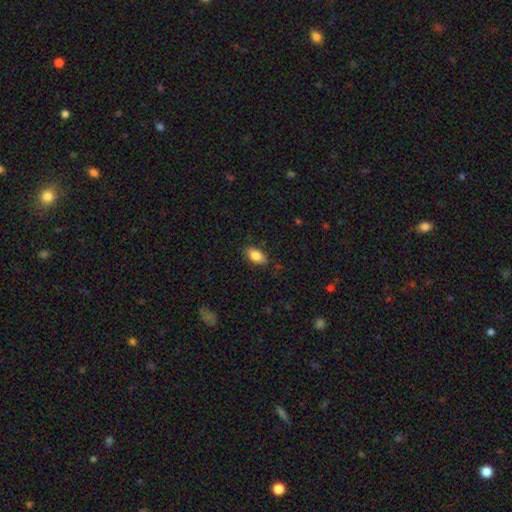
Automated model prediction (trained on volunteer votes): A smooth galaxy with no disk features (85%) that is in between round and cigar-shaped (91%).

Vote fractions:
- Smooth or featured? smooth: 85% / featured or disk: 8% / star or artifact: 7%
- How rounded? in between: 91% / cigar-shaped: 5% / round: 4%
- Merging? none: 84% / minor disturbance: 12% / major disturbance: 3% / merger: 1%